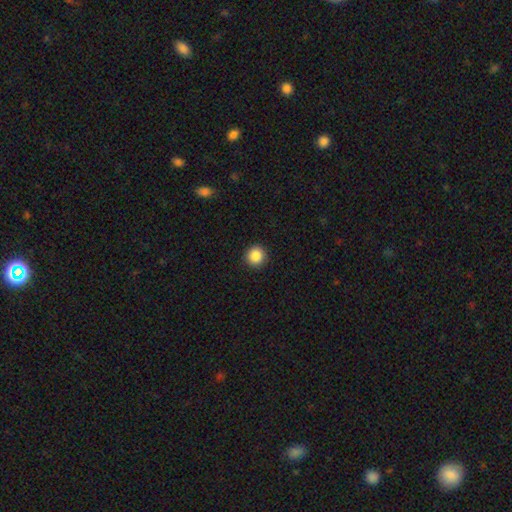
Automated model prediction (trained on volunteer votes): Morphology: type=smooth (87%); roundness=round (94%); merging=none (93%).